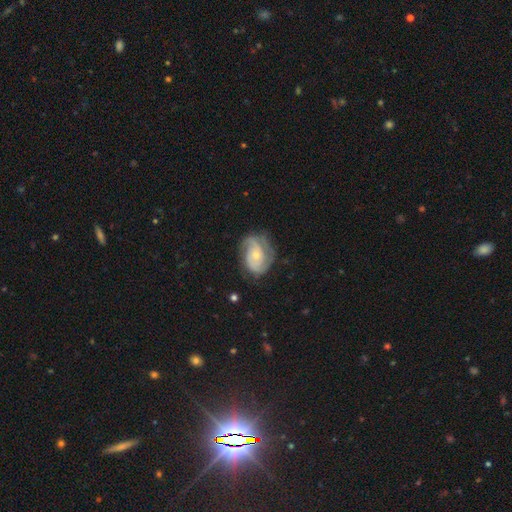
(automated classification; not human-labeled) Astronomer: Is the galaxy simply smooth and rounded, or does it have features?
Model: featured or disk — 80%.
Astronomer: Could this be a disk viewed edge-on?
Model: no — 97%.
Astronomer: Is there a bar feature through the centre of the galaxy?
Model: no — 69%.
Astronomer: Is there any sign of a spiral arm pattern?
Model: yes — 94%.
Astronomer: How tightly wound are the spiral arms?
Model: tight — 45% (runner-up: medium, 41%).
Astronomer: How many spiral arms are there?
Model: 2 — 58%.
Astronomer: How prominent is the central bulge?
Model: small — 54% (runner-up: moderate, 41%).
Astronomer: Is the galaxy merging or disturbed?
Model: none — 65%.